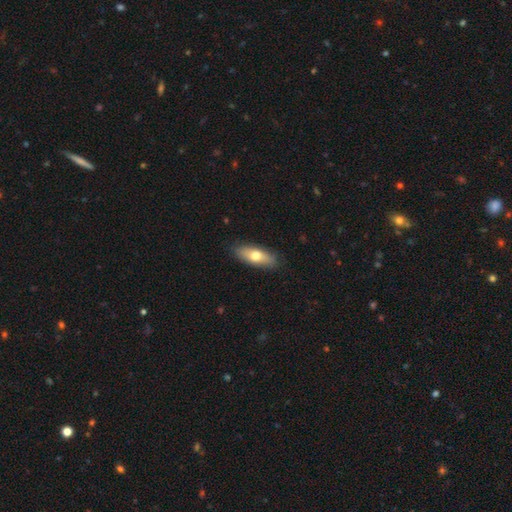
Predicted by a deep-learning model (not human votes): smooth 67%, featured or disk 27%, star or artifact 6%. Down the decision tree: how rounded — in between (68%); merging — none (87%).